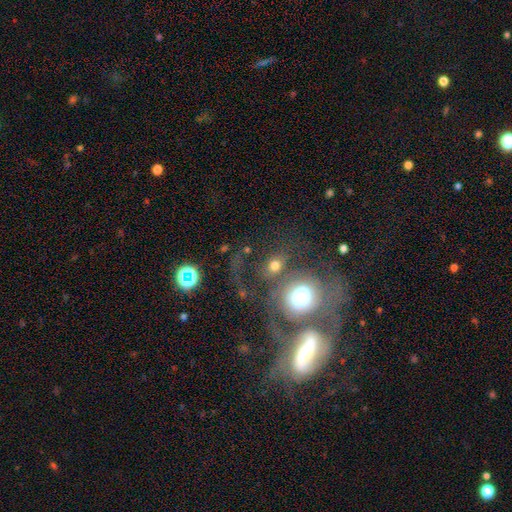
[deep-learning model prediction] featured or disk 46%, smooth 31%, star or artifact 22%. Down the decision tree: merging — merger (54%).